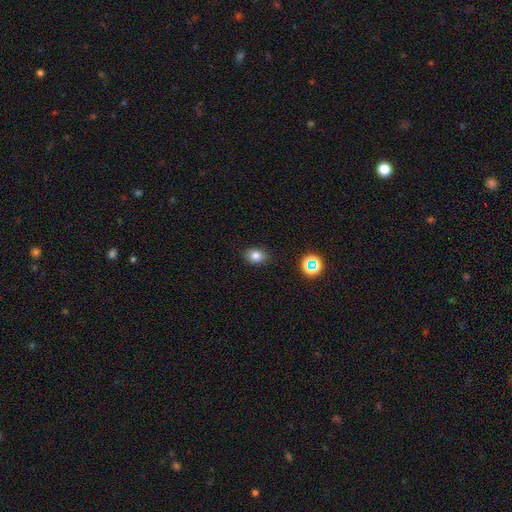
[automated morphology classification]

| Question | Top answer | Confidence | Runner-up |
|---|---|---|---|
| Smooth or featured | smooth | 79% | star or artifact (13%) |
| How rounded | in between | 62% | round (37%) |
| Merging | none | 86% | minor disturbance (10%) |